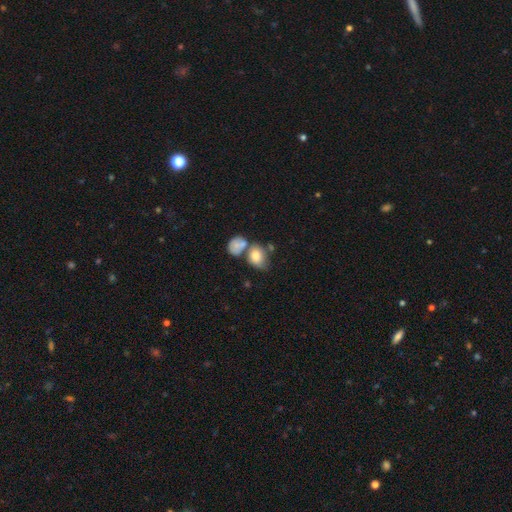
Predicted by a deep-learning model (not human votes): This appears to be a smooth galaxy with no disk features (78%) that is in between round and cigar-shaped (70%). Merging: merger (40%).